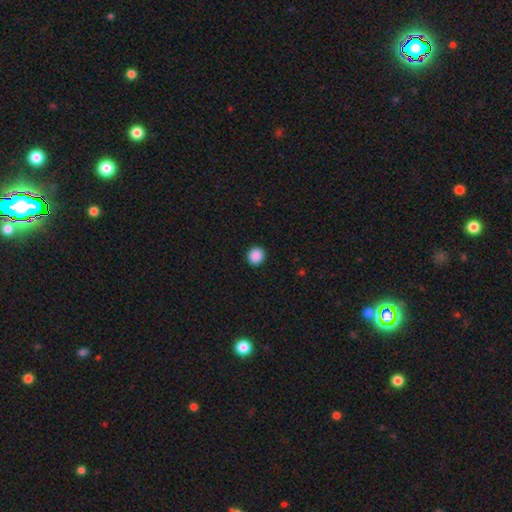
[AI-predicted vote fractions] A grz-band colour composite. It shows a smooth galaxy with no disk features (89%) that is round (91%). Merging: none (93%).